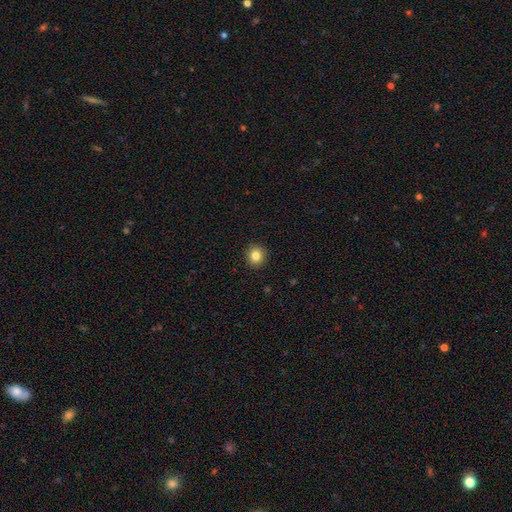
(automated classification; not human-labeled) smooth 83%, star or artifact 11%, featured or disk 6%. Down the decision tree: how rounded — round (89%); merging — none (93%).